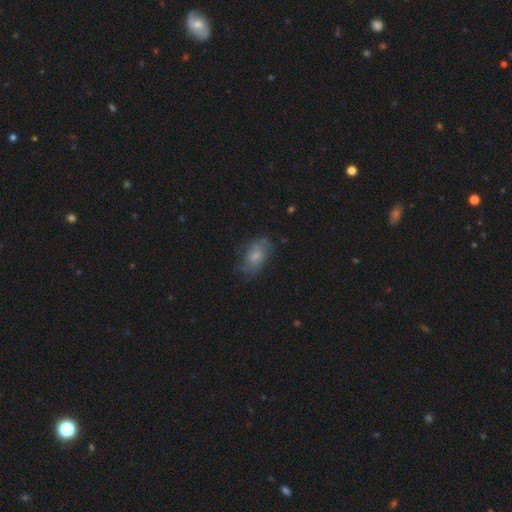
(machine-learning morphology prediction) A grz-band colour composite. It shows a smooth galaxy with no disk features (53%) that is in between round and cigar-shaped (85%). Merging: none (60%).